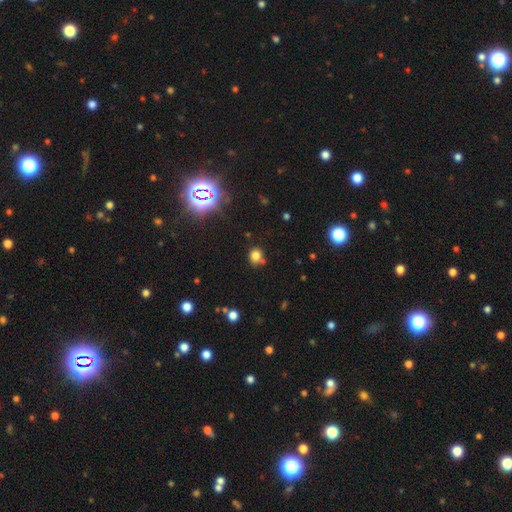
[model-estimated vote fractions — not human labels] This is likely a smooth galaxy (76%). How rounded: likely round (76%). Merging: likely none (68%).